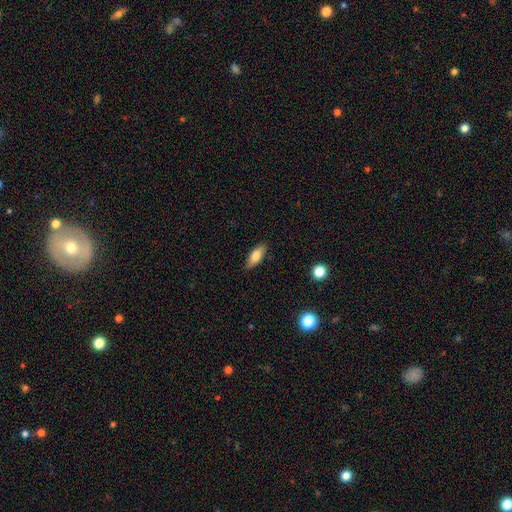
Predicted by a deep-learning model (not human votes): Q: Smooth or featured?
A: smooth (77%); runner-up: featured or disk (16%)
Q: How rounded?
A: in between (72%); runner-up: cigar-shaped (25%)
Q: Merging?
A: none (87%); runner-up: minor disturbance (10%)